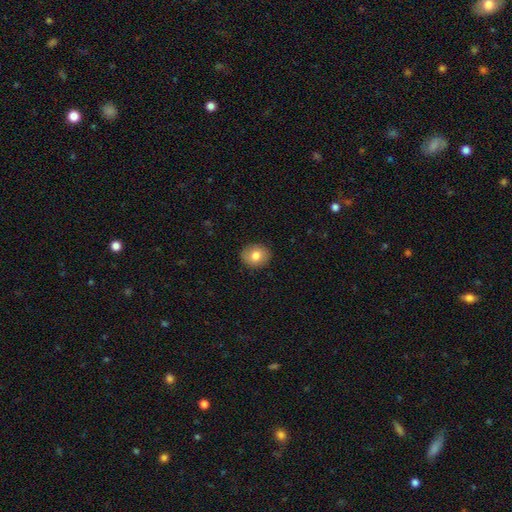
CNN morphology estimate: Smooth or featured?
  - smooth: 79% *
  - featured or disk: 13%
  - star or artifact: 8%
How rounded?
  - round: 60% *
  - in between: 39%
  - cigar-shaped: 1%
Merging?
  - none: 89% *
  - minor disturbance: 9%
  - major disturbance: 2%
  - merger: 1%